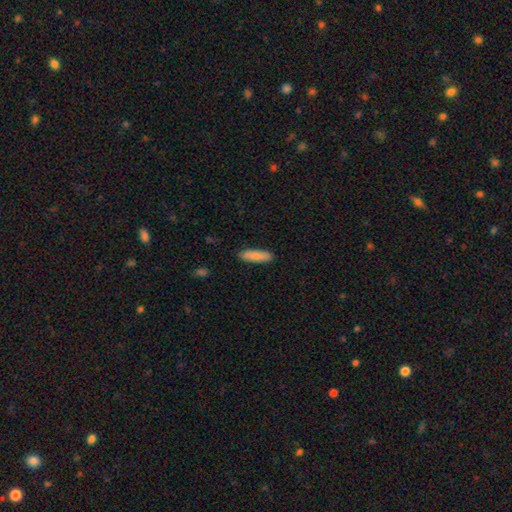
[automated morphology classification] This is clearly a smooth galaxy (86%). How rounded: possibly cigar-shaped (59%). Merging: clearly none (88%).